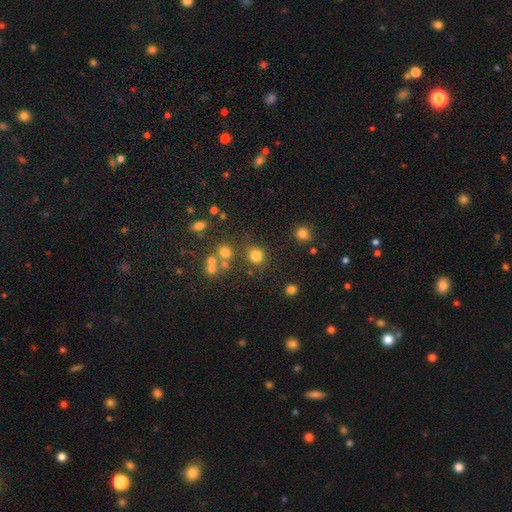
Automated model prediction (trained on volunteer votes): A smooth galaxy with no disk features (77%) that is round (87%). Merging: none (78%).